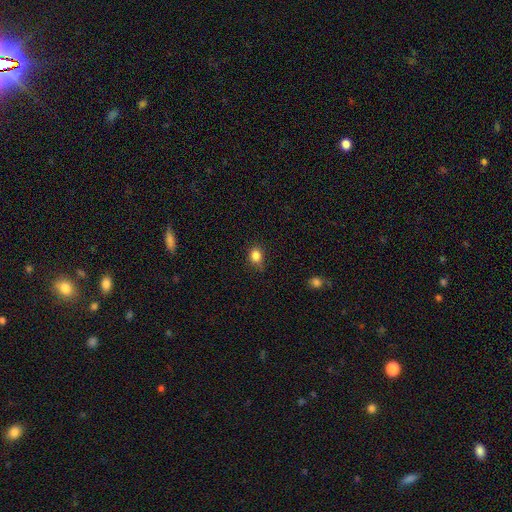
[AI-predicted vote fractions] This is clearly a smooth galaxy (84%). How rounded: possibly round (55%). Merging: likely none (70%).